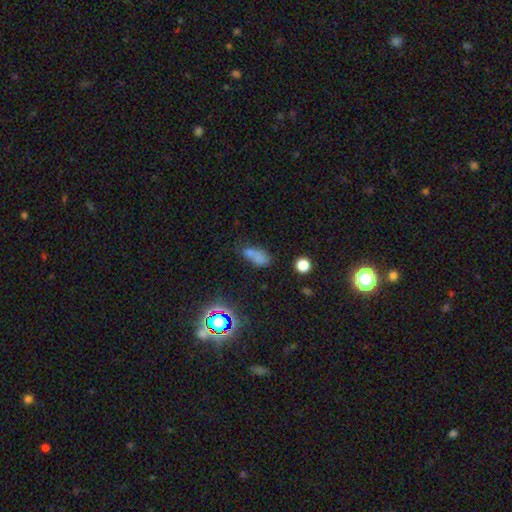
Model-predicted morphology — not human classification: Overall: smooth (69%). How rounded: in between (79%). Merging: none (43%; minor disturbance 26%).